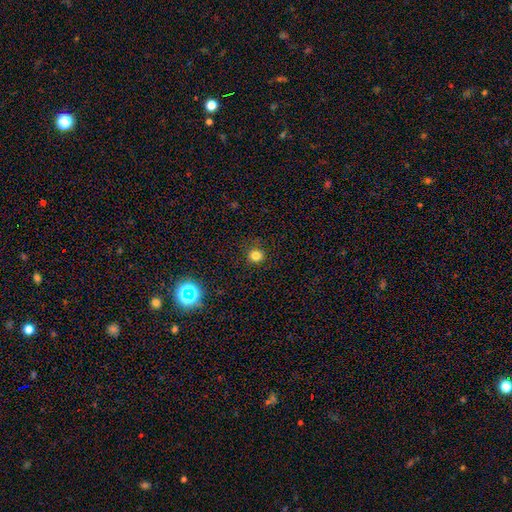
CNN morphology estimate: Smooth or featured?
  - smooth: 79% *
  - star or artifact: 16%
  - featured or disk: 5%
How rounded?
  - round: 92% *
  - in between: 7%
  - cigar-shaped: 1%
Merging?
  - none: 89% *
  - minor disturbance: 7%
  - major disturbance: 2%
  - merger: 1%